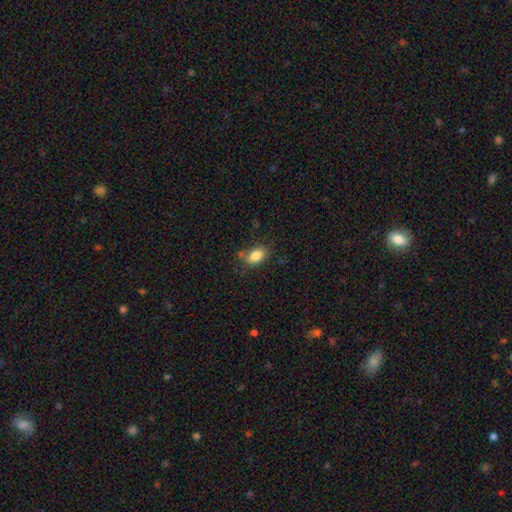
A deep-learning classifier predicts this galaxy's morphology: Smooth or featured: smooth — 83% (star or artifact — 9%)
How rounded: in between — 85% (round — 13%)
Merging: none — 72% (minor disturbance — 18%)